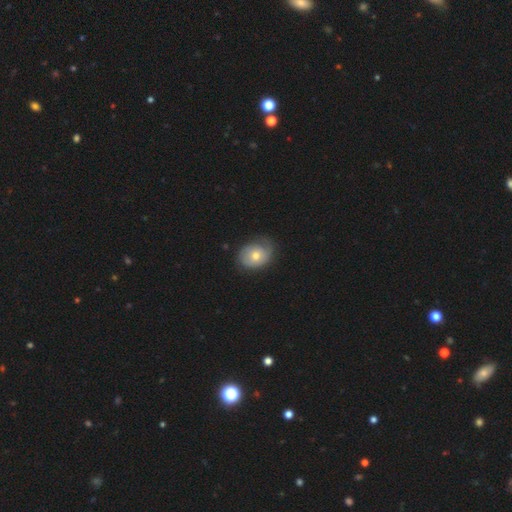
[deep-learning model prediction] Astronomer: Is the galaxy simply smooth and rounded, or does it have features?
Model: smooth — 55% (runner-up: featured or disk, 39%).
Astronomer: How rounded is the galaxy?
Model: in between — 60% (runner-up: round, 39%).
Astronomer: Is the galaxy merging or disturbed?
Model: none — 61%.